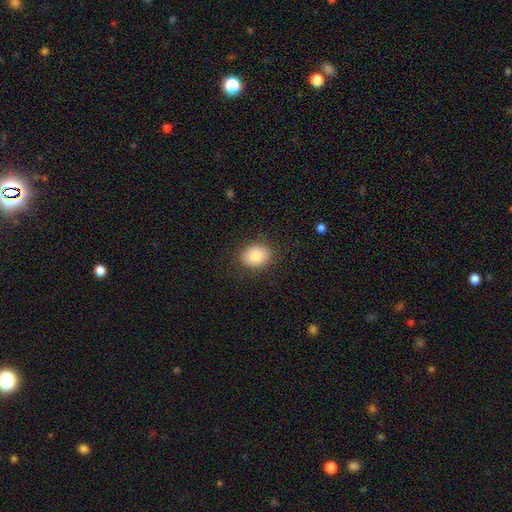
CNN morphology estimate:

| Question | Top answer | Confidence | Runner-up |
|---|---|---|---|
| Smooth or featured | smooth | 82% | star or artifact (9%) |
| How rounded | round | 50% | in between (49%) |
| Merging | none | 87% | minor disturbance (9%) |